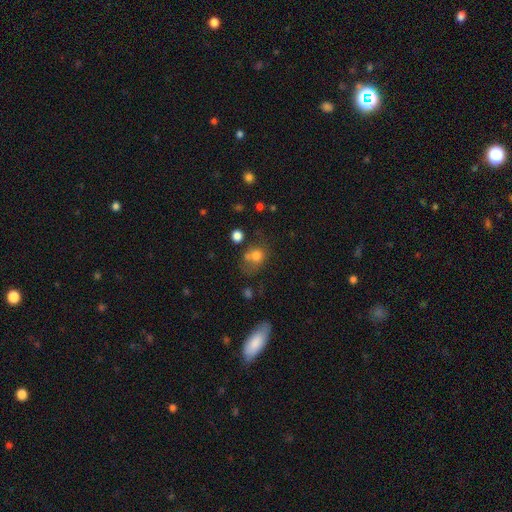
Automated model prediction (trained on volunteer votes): The model was most divided on "merging": none: 39%, merger: 24%, minor disturbance: 20%, major disturbance: 17%. More confident: smooth or featured — smooth (73%); how rounded — round (62%).